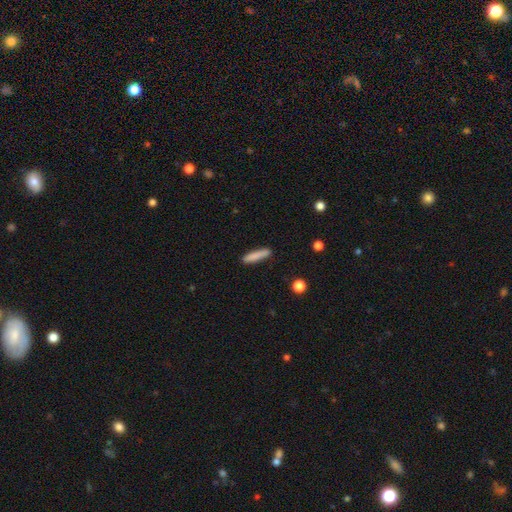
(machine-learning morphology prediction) smooth-or-featured: smooth: 83% | featured or disk: 10% | star or artifact: 7%
  how-rounded: cigar-shaped: 86% | in between: 12% | round: 2%
  merging: none: 84% | minor disturbance: 11% | major disturbance: 2% | merger: 2%